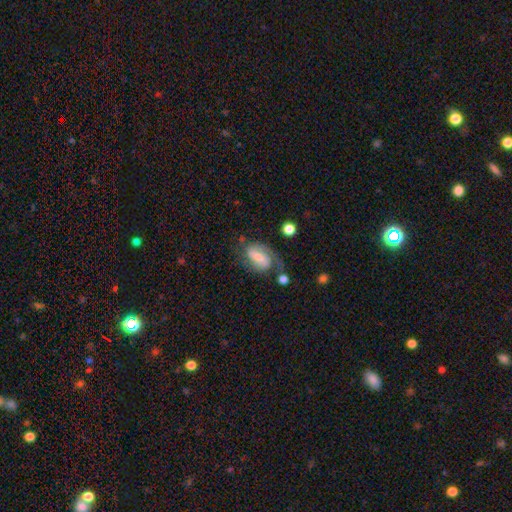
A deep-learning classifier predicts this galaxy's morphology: Smooth or featured? Predicted: featured or disk (p=0.70). Edge-on disk? Predicted: no (p=0.95). Bar? Predicted: weak (p=0.41). Spiral arms? Predicted: yes (p=0.91). Spiral winding? Predicted: medium (p=0.45). Spiral arm count? Predicted: 2 (p=0.74). Bulge size? Predicted: small (p=0.47). Merging? Predicted: none (p=0.60).